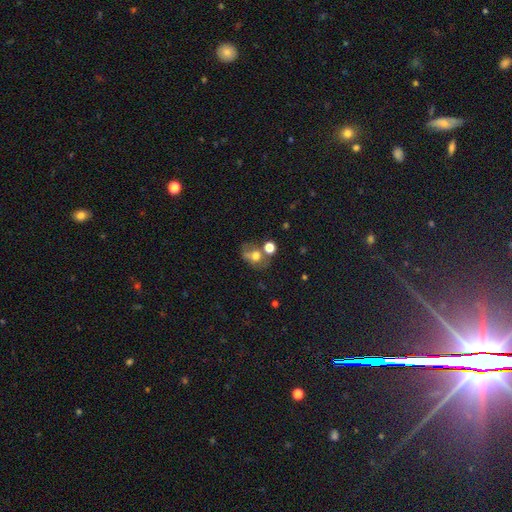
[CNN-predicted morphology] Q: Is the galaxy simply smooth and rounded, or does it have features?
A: smooth — 56%.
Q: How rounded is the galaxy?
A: round — 50%.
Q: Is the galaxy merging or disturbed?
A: none — 37%.